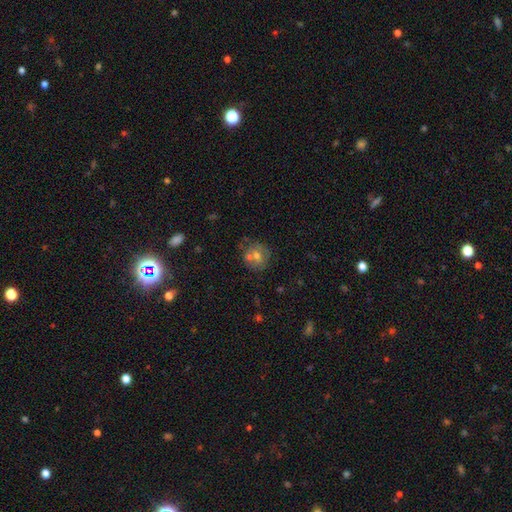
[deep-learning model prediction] Morphology: type=smooth (48%); merging=none (65%).